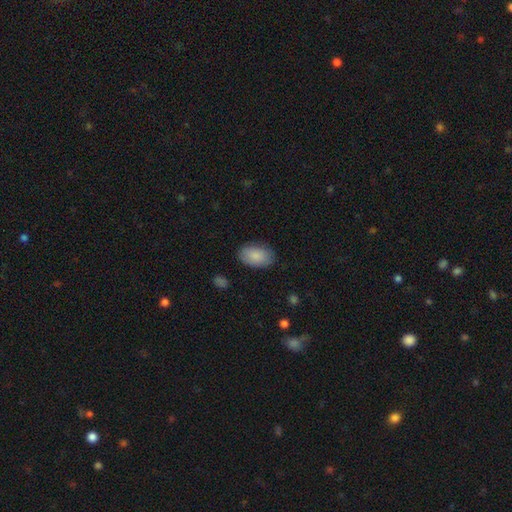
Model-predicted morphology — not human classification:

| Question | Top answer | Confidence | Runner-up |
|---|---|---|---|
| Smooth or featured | smooth | 88% | featured or disk (6%) |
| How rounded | in between | 93% | round (6%) |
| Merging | none | 85% | minor disturbance (11%) |